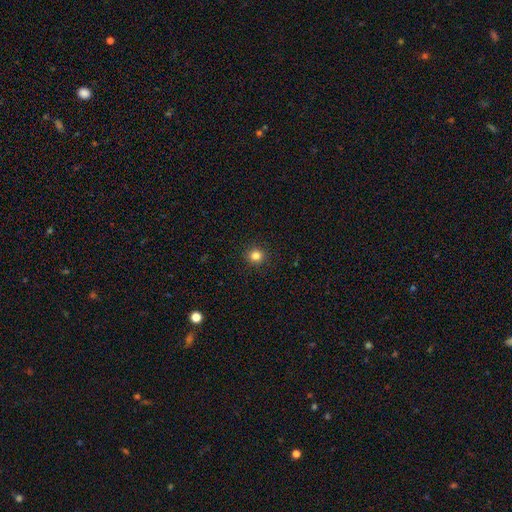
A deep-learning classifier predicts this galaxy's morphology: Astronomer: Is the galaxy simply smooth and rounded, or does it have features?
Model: smooth — 83%.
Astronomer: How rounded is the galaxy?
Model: round — 93%.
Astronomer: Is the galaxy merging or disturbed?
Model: none — 92%.